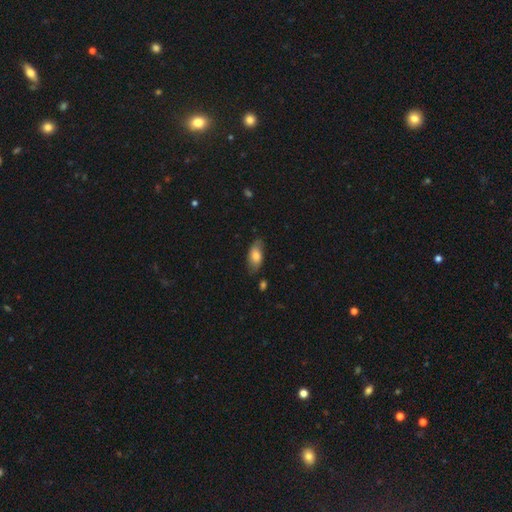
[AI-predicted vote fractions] smooth-or-featured: smooth: 71% | featured or disk: 22% | star or artifact: 7%
  how-rounded: in between: 90% | cigar-shaped: 6% | round: 4%
  merging: none: 70% | minor disturbance: 23% | major disturbance: 5% | merger: 2%